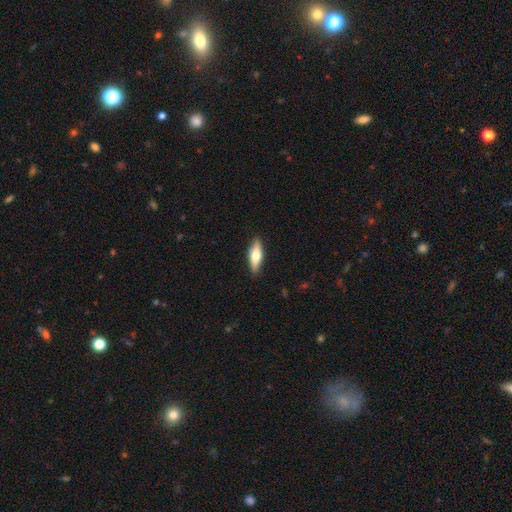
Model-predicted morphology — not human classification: type=smooth (61%); roundness=in between (51%); merging=none (88%).